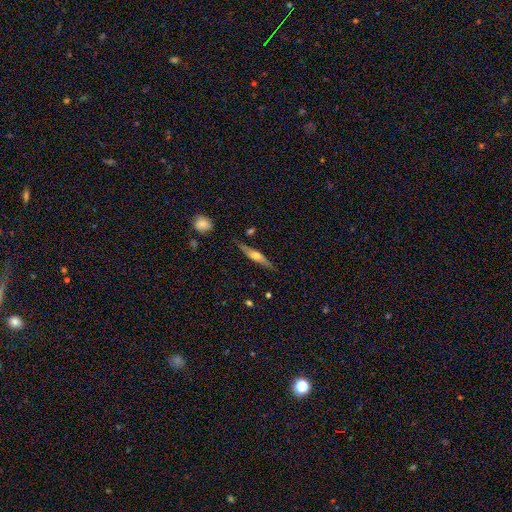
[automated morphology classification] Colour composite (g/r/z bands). It shows a featured or disk galaxy (58%) viewed edge-on (92%) with a rounded central bulge (80%). Merging: none (81%).